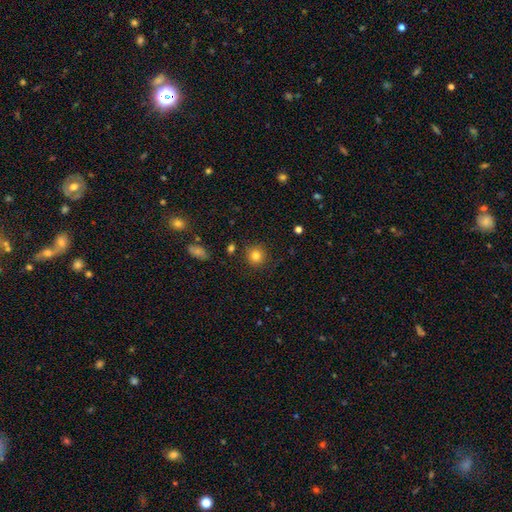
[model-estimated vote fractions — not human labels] This appears to be a smooth galaxy with no disk features (82%) that is round (91%). Merging: none (88%).